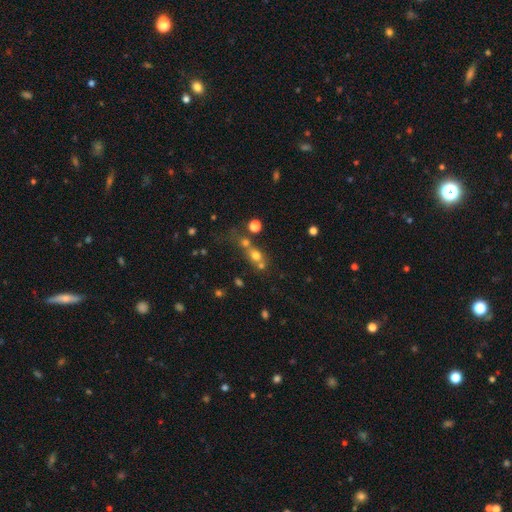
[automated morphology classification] The model was most divided on "merging": merger: 44%, none: 40%, minor disturbance: 9%, major disturbance: 8%. More confident: how rounded — round (74%); smooth or featured — smooth (52%).